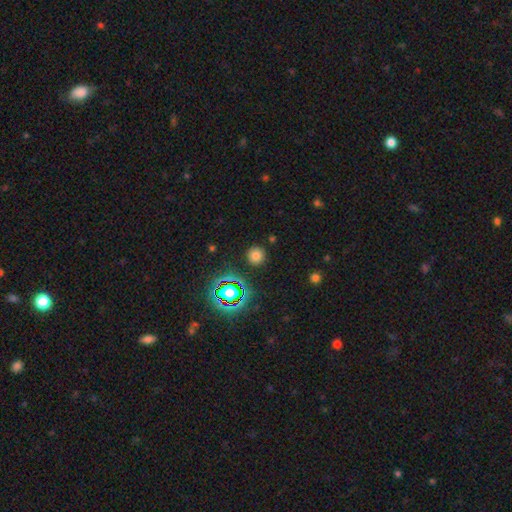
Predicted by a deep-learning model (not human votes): This appears to be a smooth galaxy with no disk features (72%) that is round (94%). Merging: none (89%).